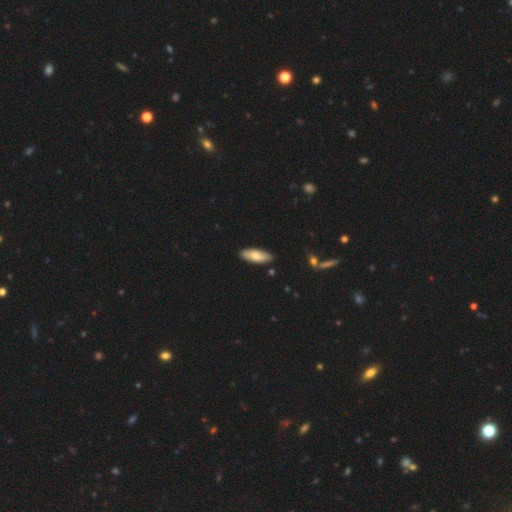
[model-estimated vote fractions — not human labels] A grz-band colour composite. It shows a smooth galaxy with no disk features (71%) that is in between round and cigar-shaped (74%). Merging: none (88%).